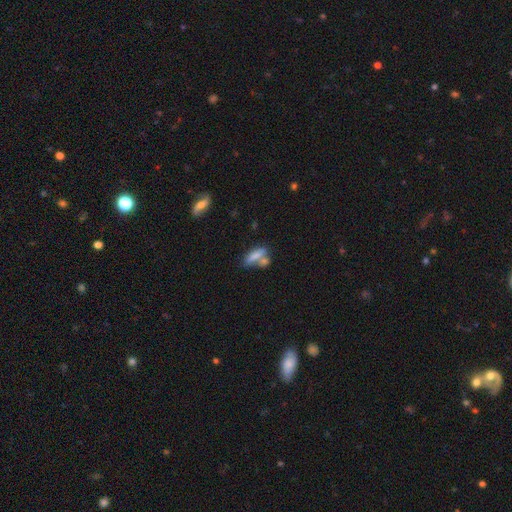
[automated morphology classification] Smooth or featured: smooth — 73% (featured or disk — 18%)
How rounded: in between — 49% (cigar-shaped — 47%)
Merging: none — 43% (merger — 37%)